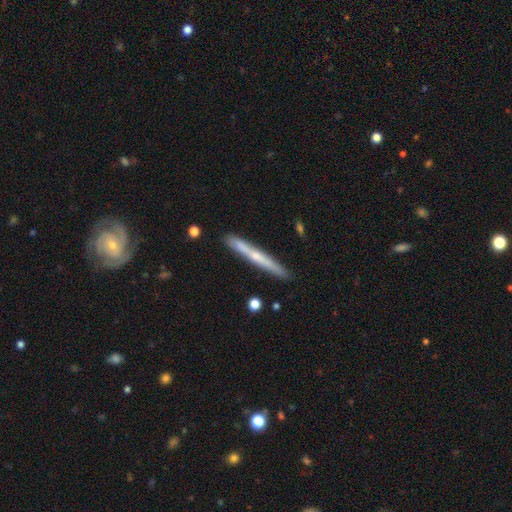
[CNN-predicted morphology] A featured or disk galaxy (54%) viewed edge-on (95%) with a rounded central bulge (52%). Merging: none (87%).